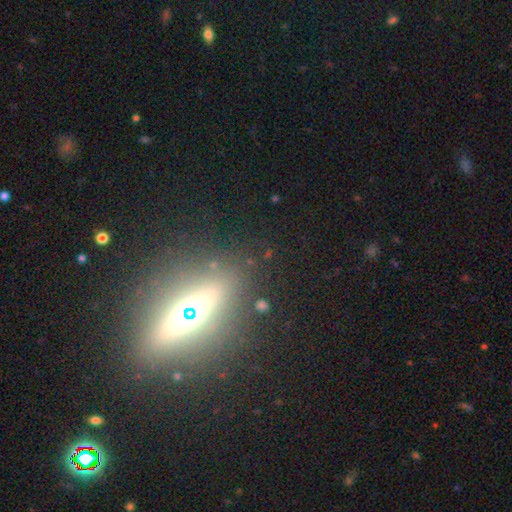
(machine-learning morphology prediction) This appears to be a featured or disk galaxy (52%) viewed edge-on (73%). Merging: none (81%).